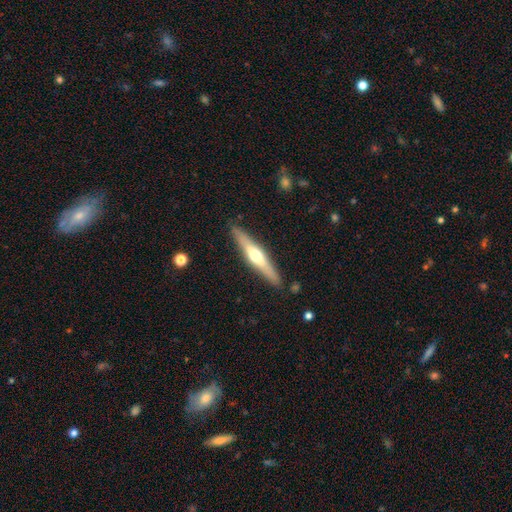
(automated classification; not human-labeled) Smooth or featured?
  - featured or disk: 60% *
  - smooth: 34%
  - star or artifact: 5%
Edge-on disk?
  - yes: 94% *
  - no: 6%
Edge-on bulge?
  - rounded: 90% *
  - none: 7%
  - boxy: 4%
Merging?
  - none: 88% *
  - minor disturbance: 8%
  - major disturbance: 2%
  - merger: 1%